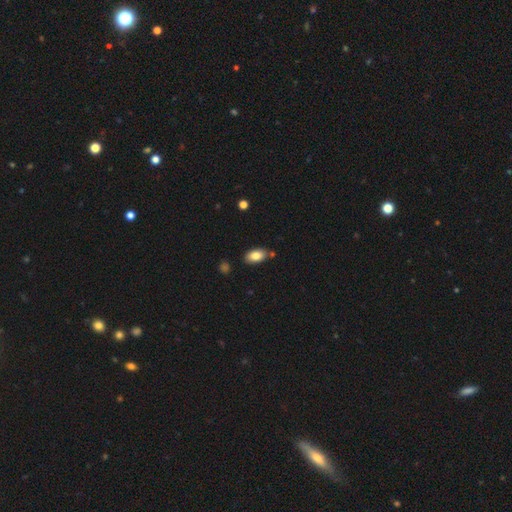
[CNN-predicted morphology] smooth-or-featured: smooth: 83% | featured or disk: 9% | star or artifact: 8%
  how-rounded: in between: 92% | round: 5% | cigar-shaped: 3%
  merging: none: 80% | minor disturbance: 12% | merger: 5% | major disturbance: 2%